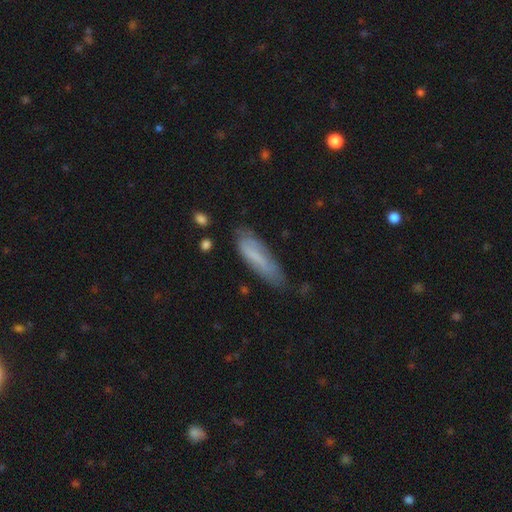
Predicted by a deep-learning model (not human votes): Smooth or featured? smooth (65%)
How rounded? cigar-shaped (63%)
Merging? none (63%)